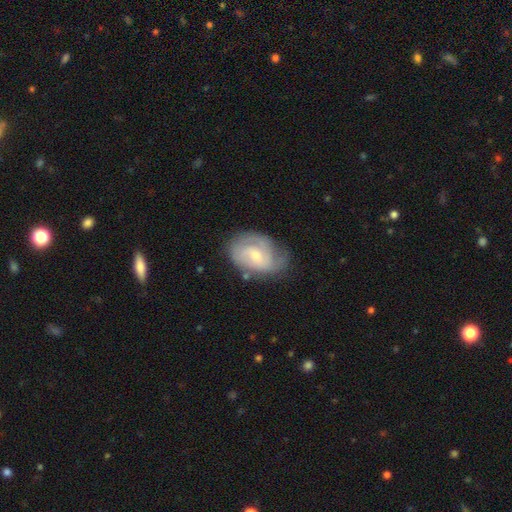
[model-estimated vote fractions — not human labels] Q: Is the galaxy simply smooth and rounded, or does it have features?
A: featured or disk — 69%.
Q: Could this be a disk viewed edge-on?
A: no — 97%.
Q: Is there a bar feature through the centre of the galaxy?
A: no — 54%.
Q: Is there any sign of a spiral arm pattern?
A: yes — 88%.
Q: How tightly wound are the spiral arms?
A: tight — 44%.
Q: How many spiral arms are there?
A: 2 — 43%.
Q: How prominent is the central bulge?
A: small — 57%.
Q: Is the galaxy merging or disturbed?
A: none — 60%.